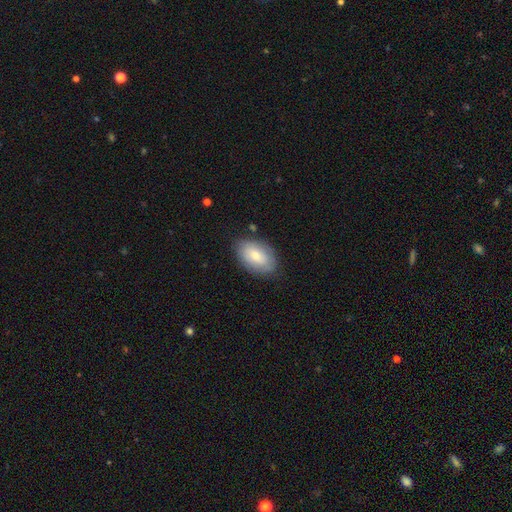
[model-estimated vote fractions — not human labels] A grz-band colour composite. It shows a smooth galaxy with no disk features (73%) that is in between round and cigar-shaped (92%). Merging: none (79%).